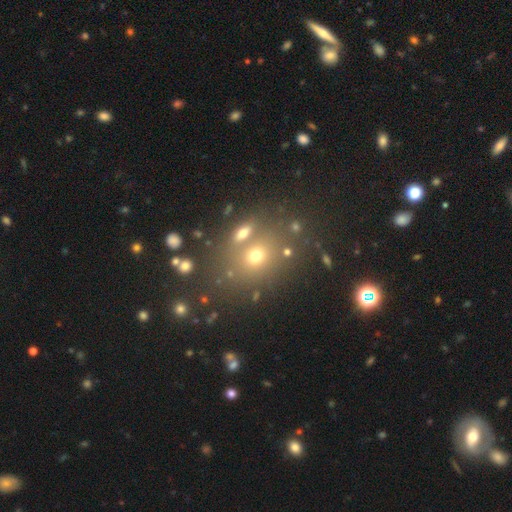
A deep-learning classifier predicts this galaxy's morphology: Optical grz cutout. It shows a smooth galaxy with no disk features (65%) that is round (54%). Merging: none (61%).